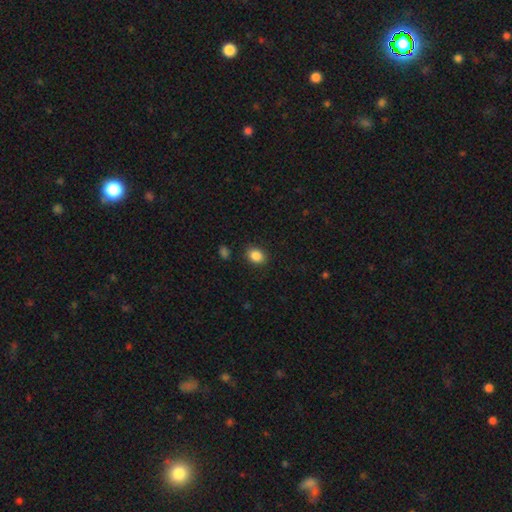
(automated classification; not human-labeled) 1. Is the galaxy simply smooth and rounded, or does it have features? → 86% smooth, 10% star or artifact, 4% featured or disk.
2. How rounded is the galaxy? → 56% in between, 43% round, 1% cigar-shaped.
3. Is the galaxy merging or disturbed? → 86% none, 9% minor disturbance, 3% major disturbance, 2% merger.